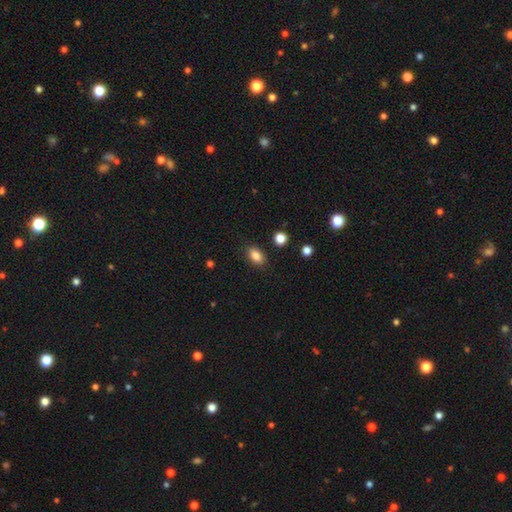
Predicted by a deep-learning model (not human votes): Q: Smooth or featured?
A: smooth (85%); runner-up: star or artifact (9%)
Q: How rounded?
A: in between (86%); runner-up: round (11%)
Q: Merging?
A: none (86%); runner-up: minor disturbance (10%)